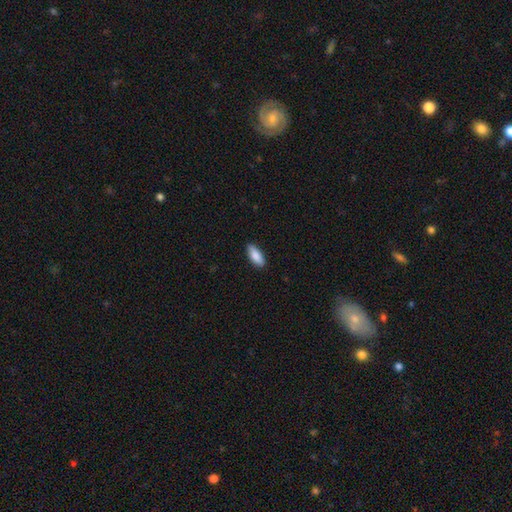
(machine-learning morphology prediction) This appears to be a smooth galaxy with no disk features (88%) that is in between round and cigar-shaped (82%). Merging: none (88%).